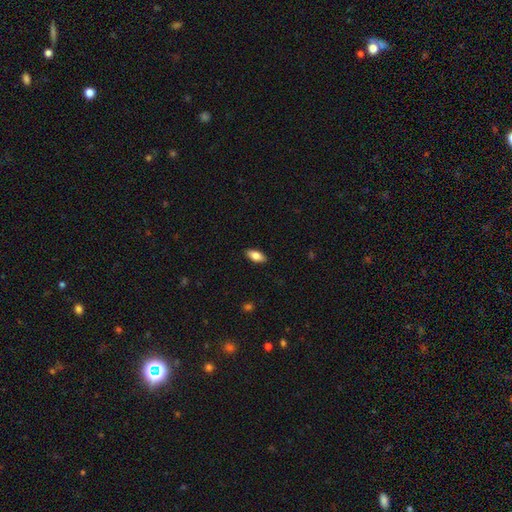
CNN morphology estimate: This appears to be a smooth galaxy with no disk features (77%) that is in between round and cigar-shaped (86%). Merging: none (89%).